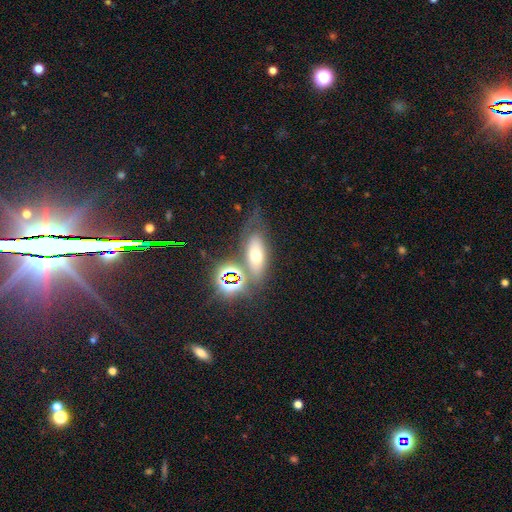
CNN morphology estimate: Smooth or featured? Predicted: smooth (p=0.50). Merging? Predicted: none (p=0.56).